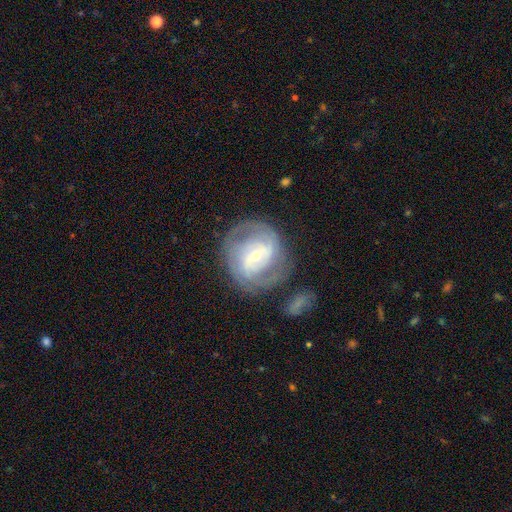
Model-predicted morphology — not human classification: A featured or disk galaxy (79%) with a weak bar (43%), 2 (54%) tight (48%) spiral arms (88%) and a small central bulge (65%). Merging: none (69%).